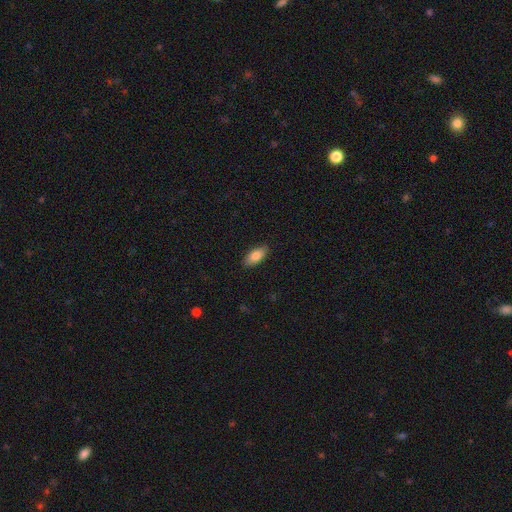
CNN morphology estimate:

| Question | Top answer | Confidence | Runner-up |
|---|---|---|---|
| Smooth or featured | smooth | 83% | featured or disk (10%) |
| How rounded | in between | 87% | cigar-shaped (11%) |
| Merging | none | 89% | minor disturbance (9%) |